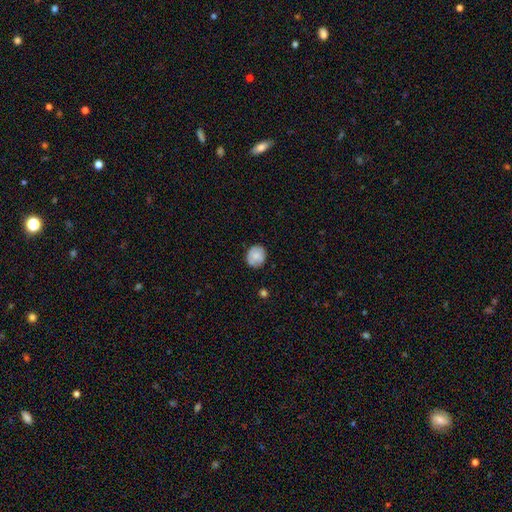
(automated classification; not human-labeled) smooth 77%, featured or disk 16%, star or artifact 7%. Down the decision tree: how rounded — round (80%); merging — none (81%).